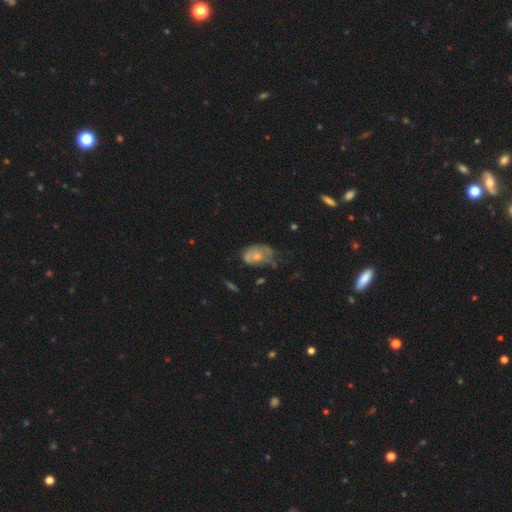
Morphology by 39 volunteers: Smooth or featured? smooth (56%)
How rounded? in between (82%)
Merging? none (45%)